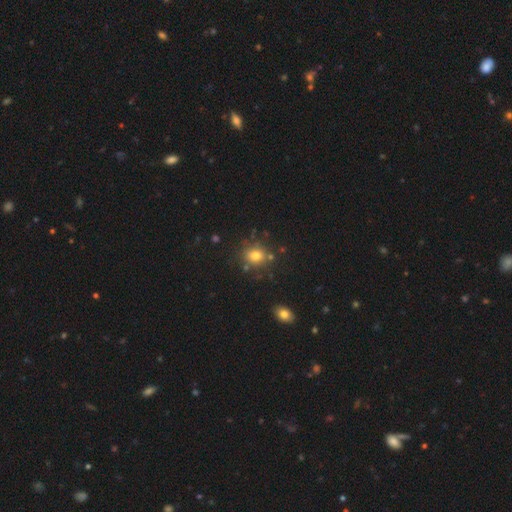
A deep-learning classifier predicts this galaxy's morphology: type=smooth (75%); roundness=round (71%); merging=none (76%).